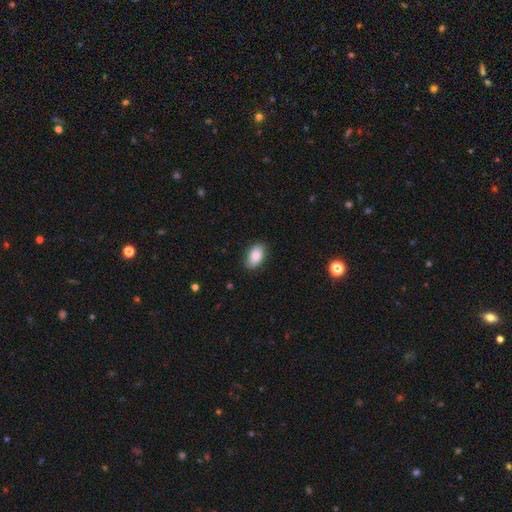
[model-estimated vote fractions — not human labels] Smooth or featured?
  - smooth: 82% *
  - featured or disk: 11%
  - star or artifact: 7%
How rounded?
  - in between: 92% *
  - round: 6%
  - cigar-shaped: 2%
Merging?
  - none: 82% *
  - minor disturbance: 14%
  - major disturbance: 3%
  - merger: 1%